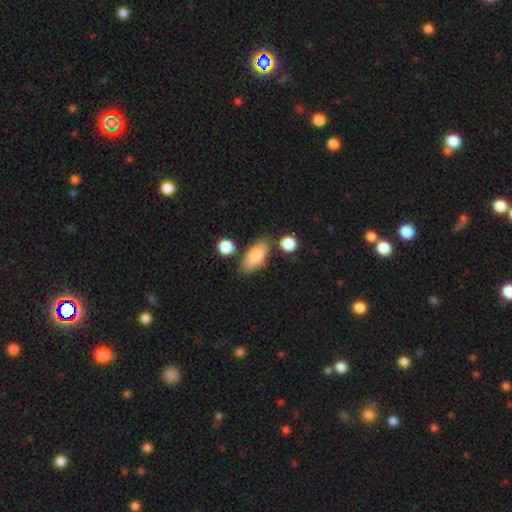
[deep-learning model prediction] A smooth galaxy with no disk features (76%) that is in between round and cigar-shaped (84%). Merging: none (76%).